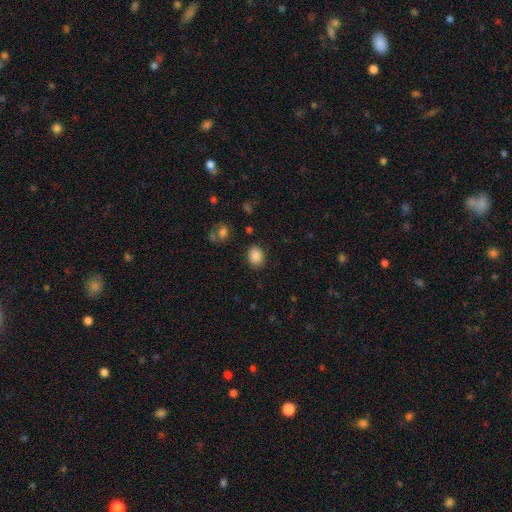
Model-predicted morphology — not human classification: smooth_or_featured: smooth (p=0.87) [alt: star or artifact p=0.09]
how_rounded: in between (p=0.55) [alt: round p=0.44]
merging: none (p=0.85) [alt: minor disturbance p=0.10]